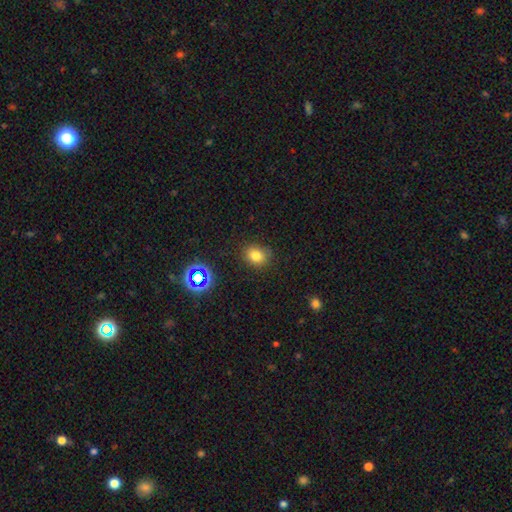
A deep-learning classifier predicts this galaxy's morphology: This is likely a smooth galaxy (77%). How rounded: possibly round (55%). Merging: clearly none (84%).